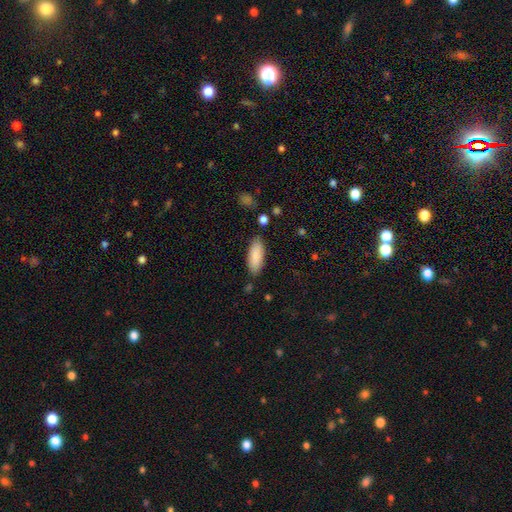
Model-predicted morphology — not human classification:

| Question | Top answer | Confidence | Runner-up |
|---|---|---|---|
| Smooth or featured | smooth | 88% | featured or disk (6%) |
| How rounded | in between | 75% | cigar-shaped (23%) |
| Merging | none | 83% | minor disturbance (12%) |